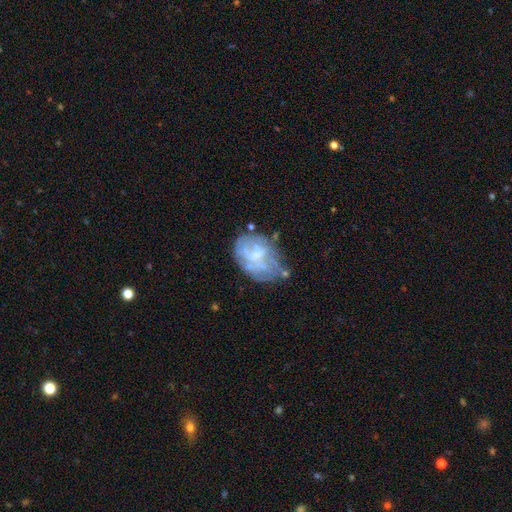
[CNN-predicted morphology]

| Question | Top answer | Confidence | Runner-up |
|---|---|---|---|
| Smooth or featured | featured or disk | 63% | smooth (28%) |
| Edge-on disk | no | 97% | yes (3%) |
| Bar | no | 55% | weak (36%) |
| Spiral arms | no | 61% | yes (39%) |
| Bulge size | small | 36% | none (31%) |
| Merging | none | 40% | minor disturbance (28%) |